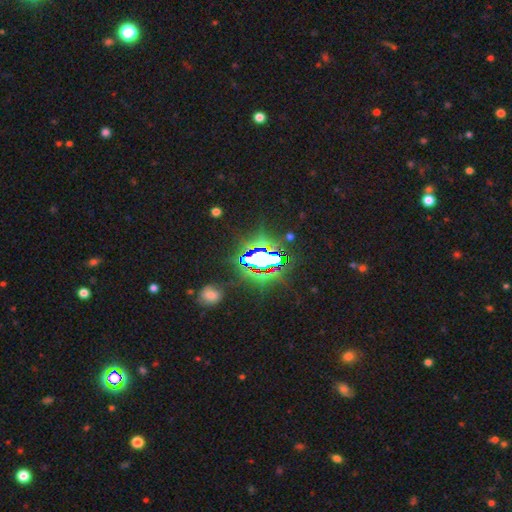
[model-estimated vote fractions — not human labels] The model was most divided on "smooth or featured": star or artifact: 74%, smooth: 15%, featured or disk: 11%.